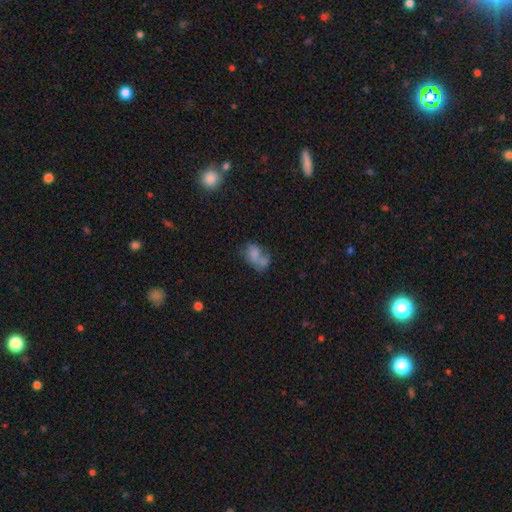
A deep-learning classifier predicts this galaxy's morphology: Overall: smooth (65%). How rounded: in between (82%). Merging: merger (41%; none 24%).